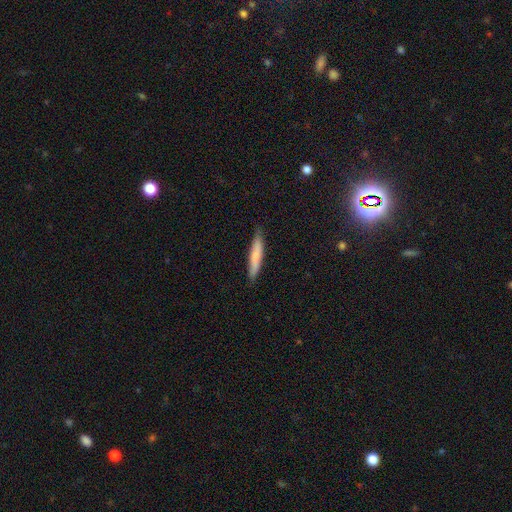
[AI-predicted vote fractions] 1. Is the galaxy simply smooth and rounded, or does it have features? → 74% smooth, 21% featured or disk, 6% star or artifact.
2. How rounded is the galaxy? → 91% cigar-shaped, 8% in between, 1% round.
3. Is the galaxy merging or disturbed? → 84% none, 13% minor disturbance, 2% major disturbance, 1% merger.